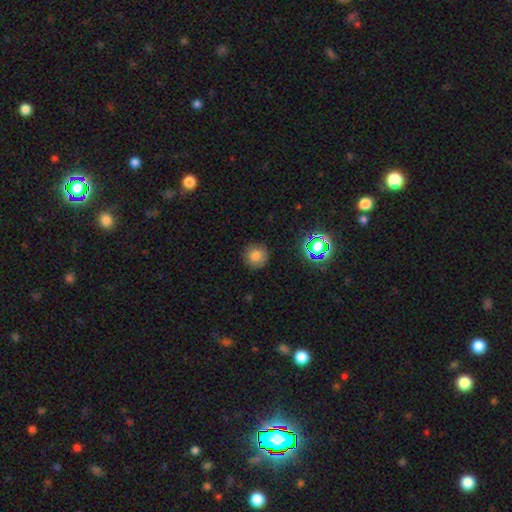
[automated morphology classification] This appears to be a smooth galaxy with no disk features (78%) that is round (93%). Merging: none (87%).